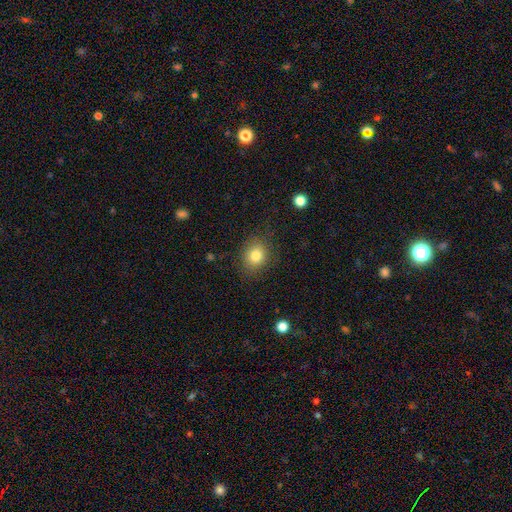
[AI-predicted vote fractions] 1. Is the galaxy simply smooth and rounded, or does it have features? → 81% smooth, 11% star or artifact, 8% featured or disk.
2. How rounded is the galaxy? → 66% round, 33% in between, 1% cigar-shaped.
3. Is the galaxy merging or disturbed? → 84% none, 11% minor disturbance, 4% major disturbance, 1% merger.